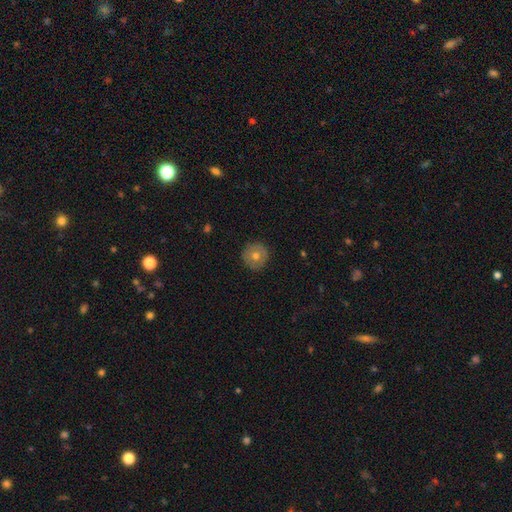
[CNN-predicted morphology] smooth_or_featured: smooth (p=0.62) [alt: featured or disk p=0.30]
how_rounded: round (p=0.95) [alt: in between p=0.04]
merging: none (p=0.90) [alt: minor disturbance p=0.07]